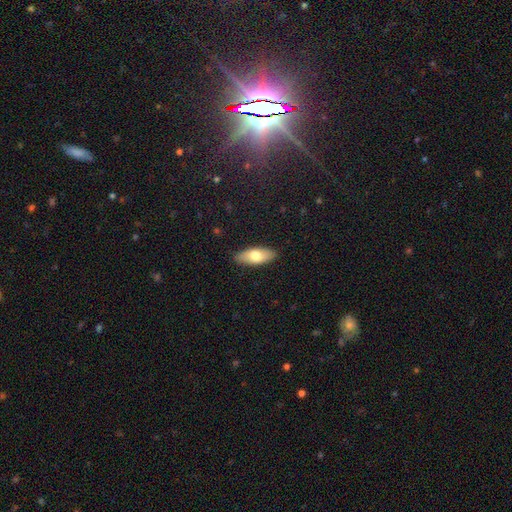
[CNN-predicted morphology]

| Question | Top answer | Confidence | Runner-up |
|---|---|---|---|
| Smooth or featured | smooth | 72% | featured or disk (22%) |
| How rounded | in between | 79% | cigar-shaped (18%) |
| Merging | none | 88% | minor disturbance (9%) |